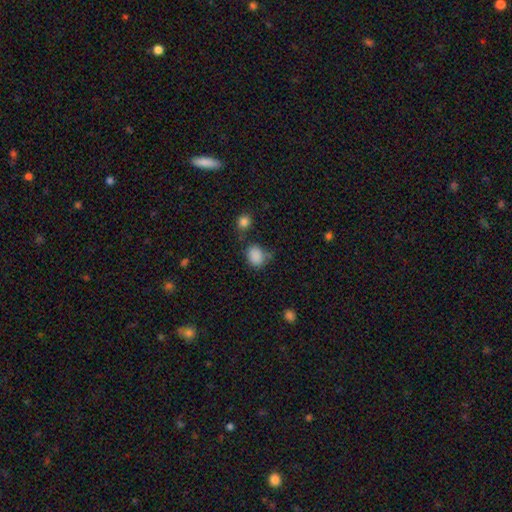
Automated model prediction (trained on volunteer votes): Morphology: type=smooth (86%); roundness=round (51%); merging=none (62%).